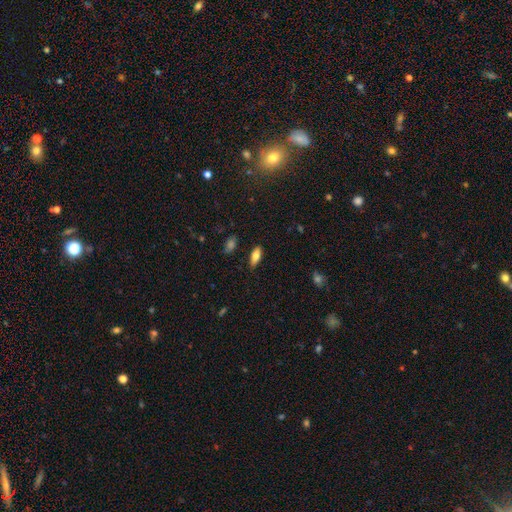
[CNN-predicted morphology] smooth 77%, featured or disk 15%, star or artifact 8%. Down the decision tree: how rounded — in between (78%); merging — none (84%).